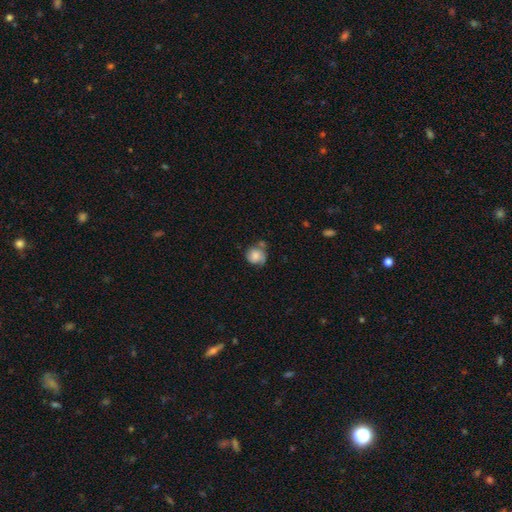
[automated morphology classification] Smooth or featured? Predicted: smooth (p=0.67). How rounded? Predicted: round (p=0.79). Merging? Predicted: none (p=0.47).